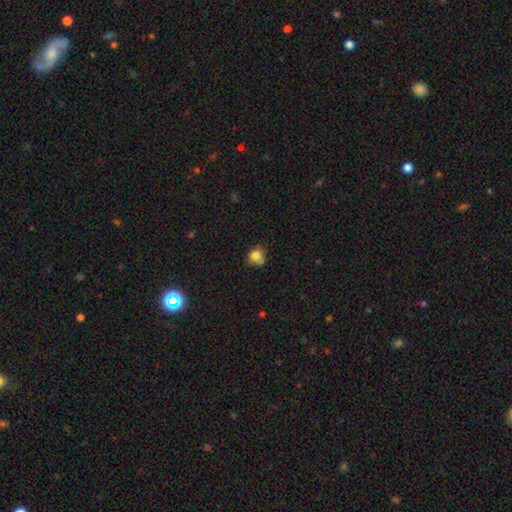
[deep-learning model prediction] This appears to be a smooth galaxy with no disk features (79%) that is round (73%). Merging: none (52%).